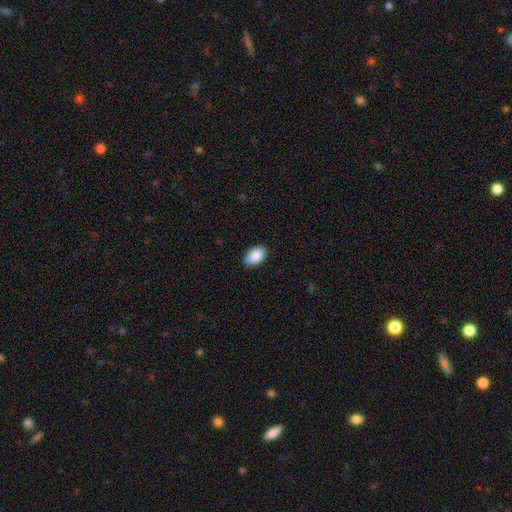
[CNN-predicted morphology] This is clearly a smooth galaxy (88%). How rounded: clearly in between (92%). Merging: clearly none (84%).